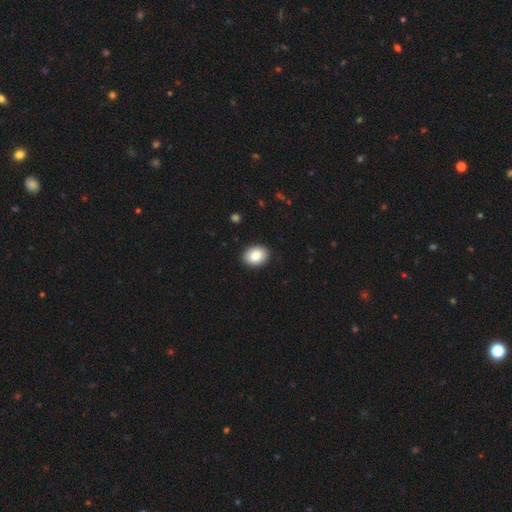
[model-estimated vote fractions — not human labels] A smooth galaxy with no disk features (87%) that is in between round and cigar-shaped (66%).

Vote fractions:
- Smooth or featured? smooth: 87% / star or artifact: 7% / featured or disk: 5%
- How rounded? in between: 66% / round: 33% / cigar-shaped: 1%
- Merging? none: 90% / minor disturbance: 7% / major disturbance: 2% / merger: 1%